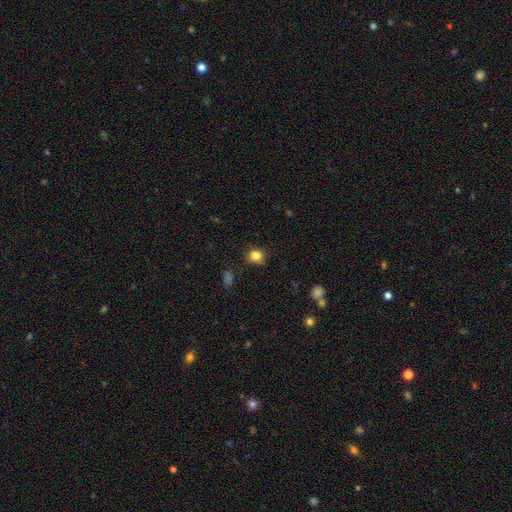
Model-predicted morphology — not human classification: Q: Smooth or featured?
A: smooth (83%); runner-up: star or artifact (11%)
Q: How rounded?
A: round (77%); runner-up: in between (22%)
Q: Merging?
A: none (78%); runner-up: minor disturbance (16%)